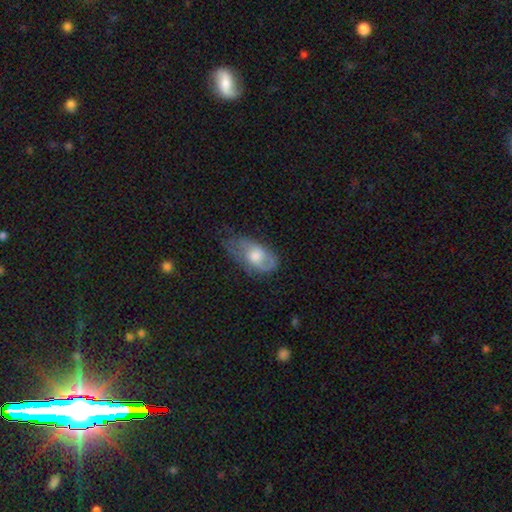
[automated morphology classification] smooth-or-featured: featured or disk: 50% | smooth: 43% | star or artifact: 7%
  disk-edge-on: no: 91% | yes: 9%
  merging: none: 43% | minor disturbance: 35% | major disturbance: 20% | merger: 2%